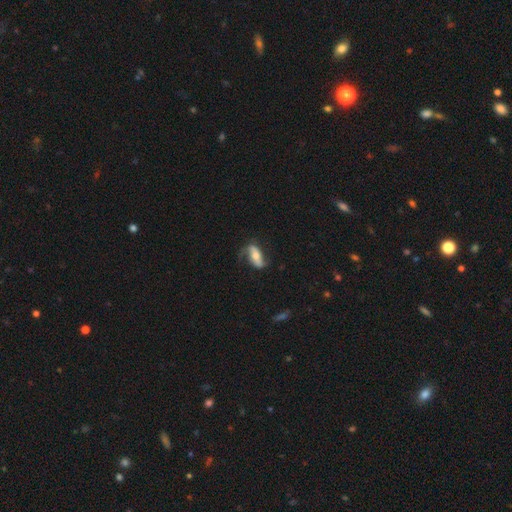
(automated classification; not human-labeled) Smooth or featured? featured or disk (67%)
Edge-on disk? no (88%)
Bar? strong (40%)
Spiral arms? yes (87%)
Spiral winding? loose (61%)
Spiral arm count? 2 (86%)
Bulge size? moderate (56%)
Merging? none (64%)